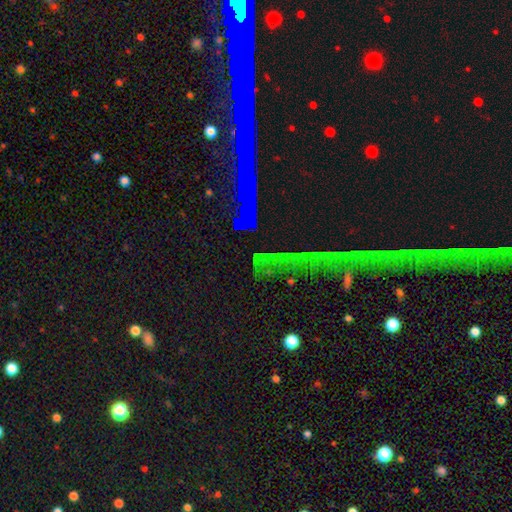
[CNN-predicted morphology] star or artifact 63%, smooth 19%, featured or disk 18%.